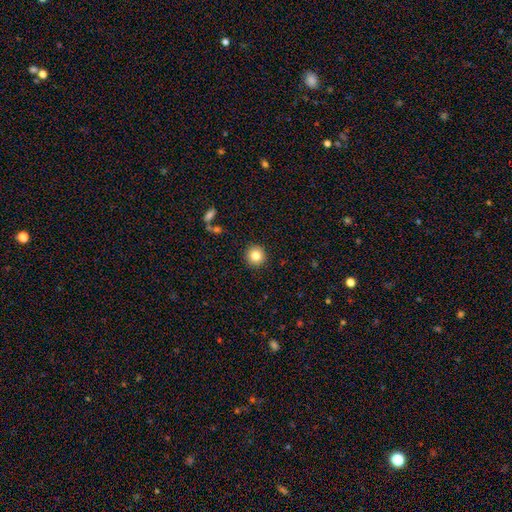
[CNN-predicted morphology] Smooth or featured? smooth (82%)
How rounded? round (95%)
Merging? none (92%)